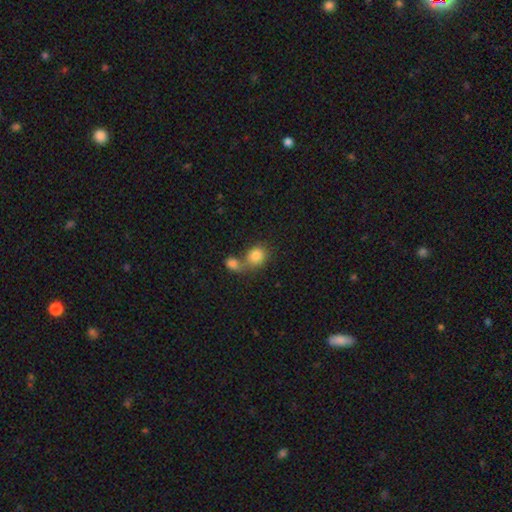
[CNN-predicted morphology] A smooth galaxy with no disk features (84%) that is round (65%). Merging: merger (57%).